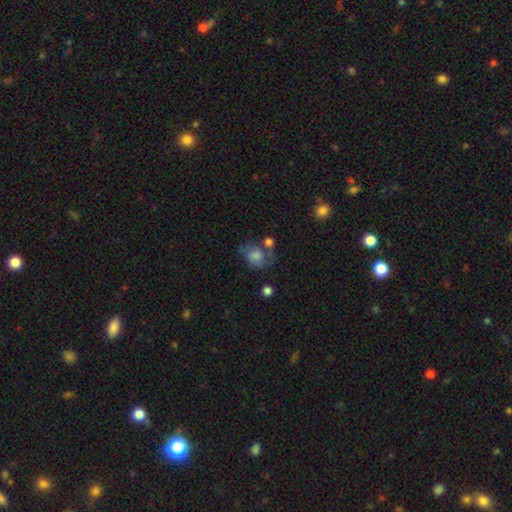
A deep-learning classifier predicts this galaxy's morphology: Smooth or featured? Predicted: smooth (p=0.48). Merging? Predicted: none (p=0.36).